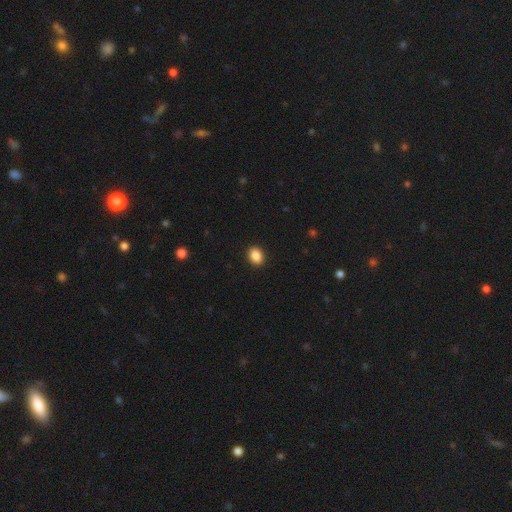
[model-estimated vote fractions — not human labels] Smooth or featured?
  - smooth: 88% *
  - star or artifact: 9%
  - featured or disk: 3%
How rounded?
  - in between: 65% *
  - round: 33%
  - cigar-shaped: 1%
Merging?
  - none: 92% *
  - minor disturbance: 6%
  - major disturbance: 2%
  - merger: 1%